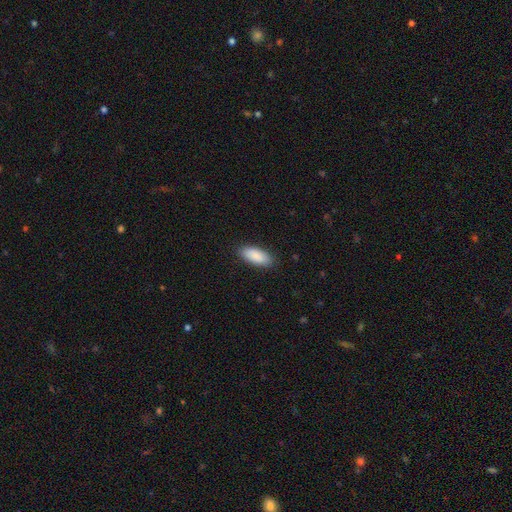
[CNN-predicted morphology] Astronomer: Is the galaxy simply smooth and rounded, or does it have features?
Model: smooth — 89%.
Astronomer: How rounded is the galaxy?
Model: in between — 85%.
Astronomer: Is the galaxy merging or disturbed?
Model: none — 88%.